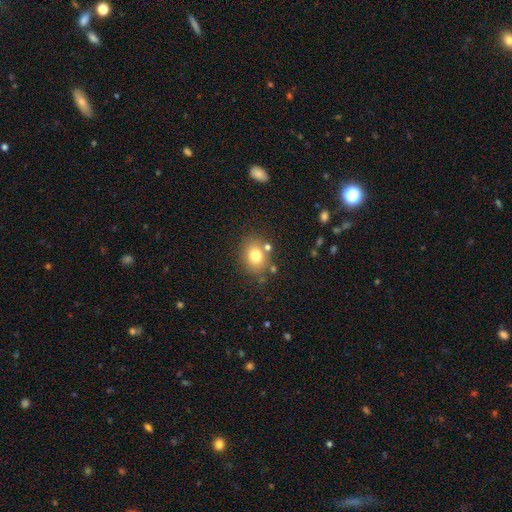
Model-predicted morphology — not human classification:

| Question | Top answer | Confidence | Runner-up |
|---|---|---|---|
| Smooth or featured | smooth | 76% | star or artifact (12%) |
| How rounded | round | 52% | in between (47%) |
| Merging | none | 74% | minor disturbance (13%) |